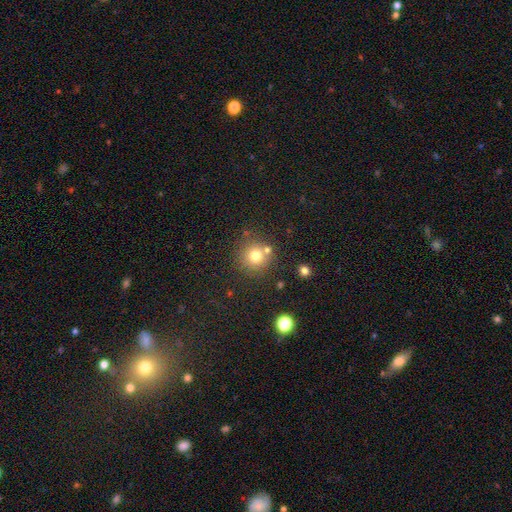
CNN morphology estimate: This is likely a smooth galaxy (75%). How rounded: clearly round (93%). Merging: likely none (74%).